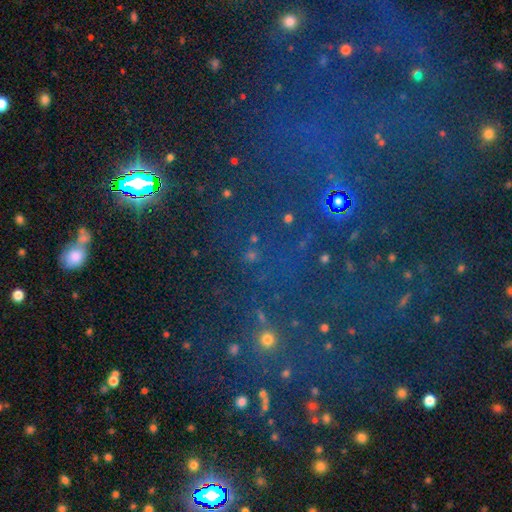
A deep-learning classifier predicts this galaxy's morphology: A star or artifact, not a galaxy (72%).

Vote fractions:
- Smooth or featured? star or artifact: 72% / smooth: 19% / featured or disk: 9%